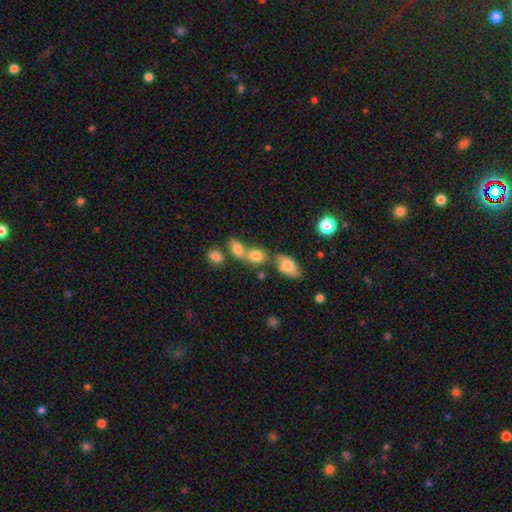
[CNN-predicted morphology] The model was most divided on "merging": merger: 56%, none: 30%, minor disturbance: 9%, major disturbance: 5%. More confident: smooth or featured — smooth (78%); how rounded — in between (65%).